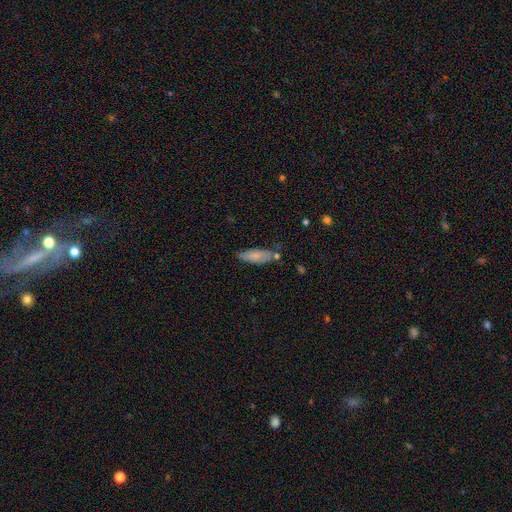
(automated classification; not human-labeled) smooth_or_featured: smooth (p=0.77) [alt: featured or disk p=0.16]
how_rounded: in between (p=0.60) [alt: cigar-shaped p=0.38]
merging: none (p=0.67) [alt: minor disturbance p=0.22]